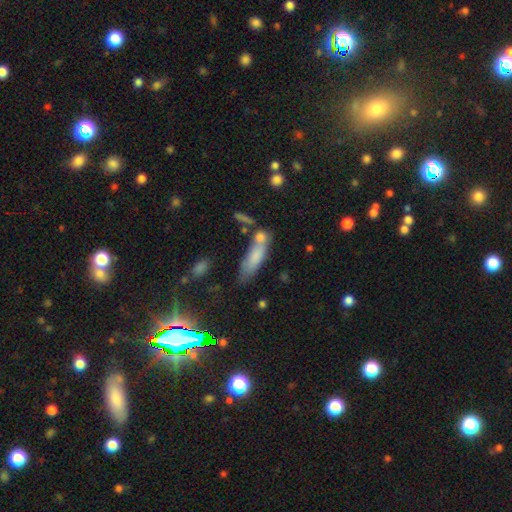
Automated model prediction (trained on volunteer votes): Overall: smooth (74%). How rounded: cigar-shaped (51%; in between 46%). Merging: none (45%; merger 28%).